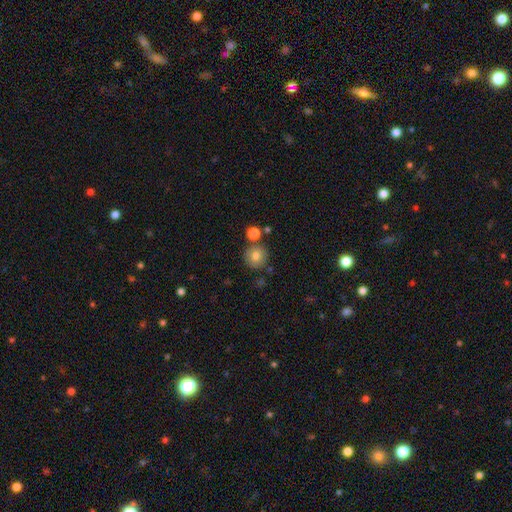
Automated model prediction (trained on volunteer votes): Smooth or featured? Predicted: smooth (p=0.80). How rounded? Predicted: round (p=0.92). Merging? Predicted: none (p=0.79).